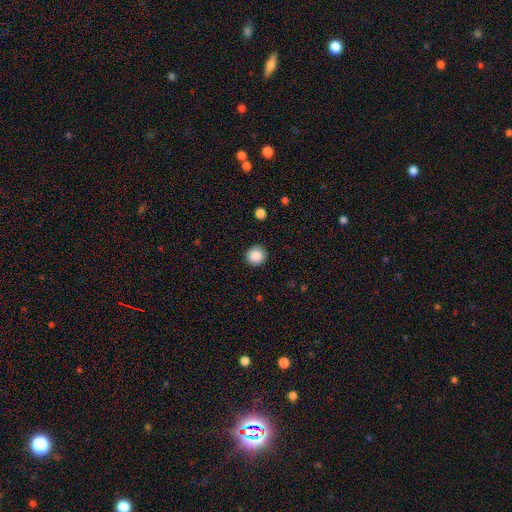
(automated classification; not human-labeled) A smooth galaxy with no disk features (88%) that is round (94%). Merging: none (91%).